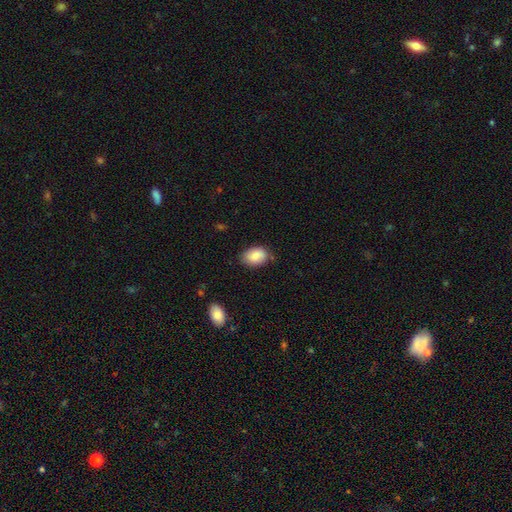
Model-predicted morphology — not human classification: Q: Smooth or featured?
A: smooth (84%); runner-up: featured or disk (9%)
Q: How rounded?
A: in between (82%); runner-up: round (17%)
Q: Merging?
A: none (74%); runner-up: minor disturbance (21%)